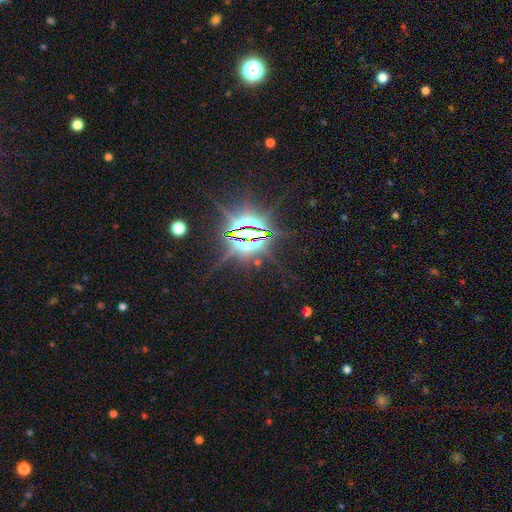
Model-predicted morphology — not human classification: Smooth or featured? Predicted: star or artifact (p=0.87).